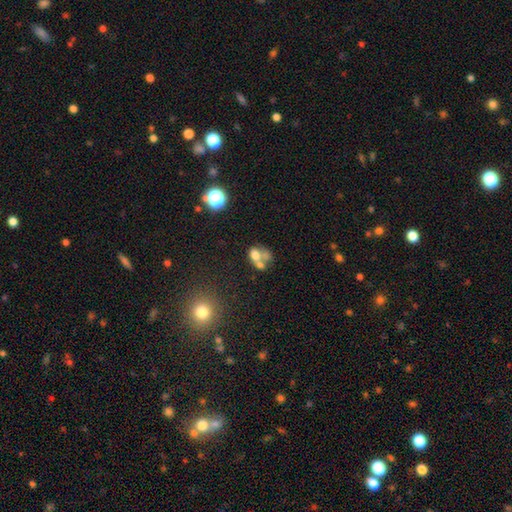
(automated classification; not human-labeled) Smooth or featured?
  - smooth: 59% *
  - featured or disk: 27%
  - star or artifact: 14%
How rounded?
  - in between: 61% *
  - round: 37%
  - cigar-shaped: 2%
Merging?
  - merger: 61% *
  - none: 21%
  - major disturbance: 9%
  - minor disturbance: 9%